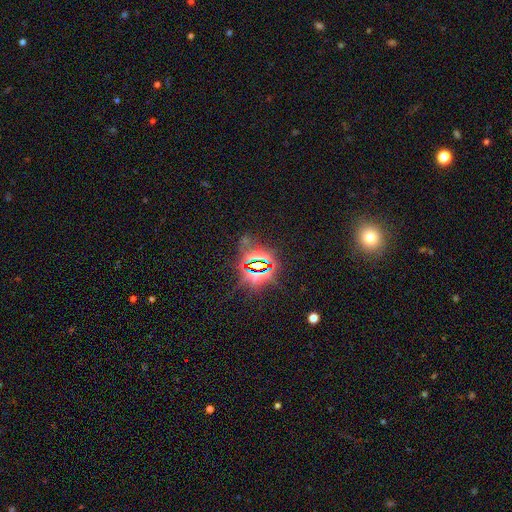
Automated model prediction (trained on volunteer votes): The model was most divided on "smooth or featured": star or artifact: 84%, smooth: 8%, featured or disk: 7%.